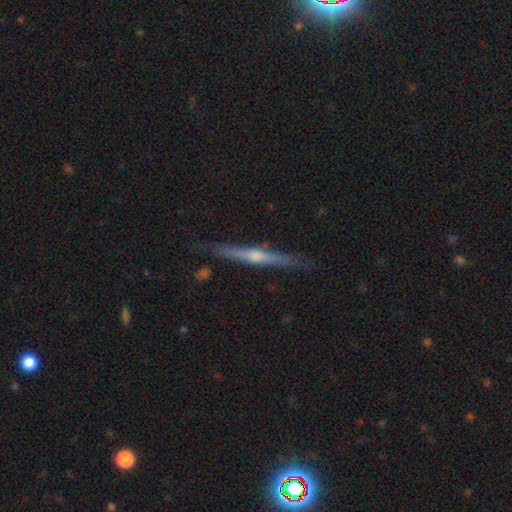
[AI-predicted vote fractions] Smooth or featured: featured or disk — 75% (smooth — 19%)
Edge-on disk: yes — 98% (no — 2%)
Edge-on bulge: rounded — 85% (none — 10%)
Merging: none — 86% (minor disturbance — 10%)